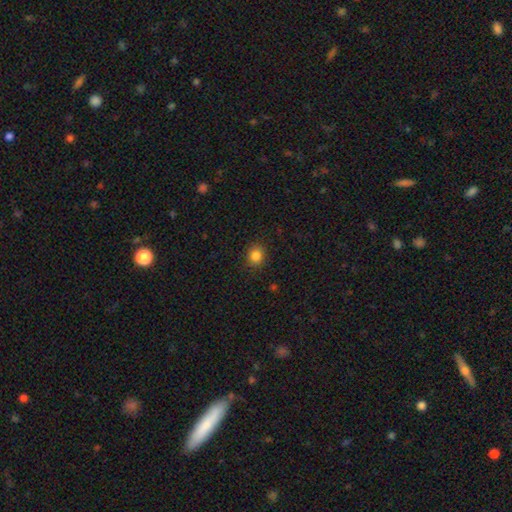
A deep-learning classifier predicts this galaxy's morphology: Smooth or featured: smooth — 85% (star or artifact — 11%)
How rounded: round — 74% (in between — 25%)
Merging: none — 89% (minor disturbance — 8%)